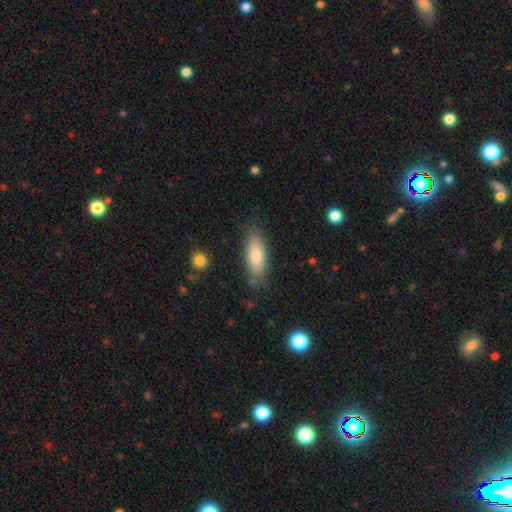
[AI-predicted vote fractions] Smooth or featured? smooth (77%)
How rounded? in between (61%)
Merging? none (81%)